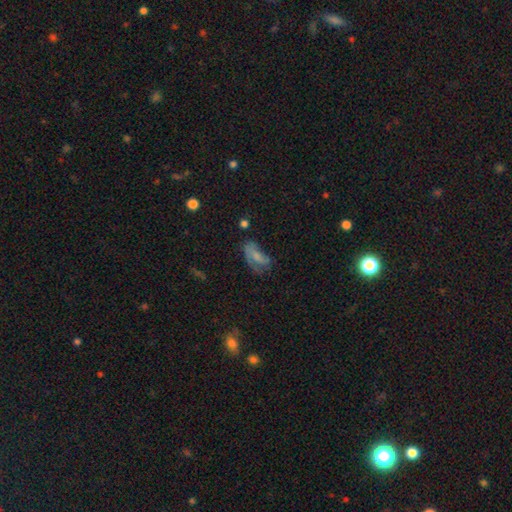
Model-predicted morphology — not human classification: smooth-or-featured: smooth: 52% | featured or disk: 36% | star or artifact: 12%
  how-rounded: in between: 84% | cigar-shaped: 11% | round: 5%
  merging: none: 39% | major disturbance: 28% | minor disturbance: 28% | merger: 4%